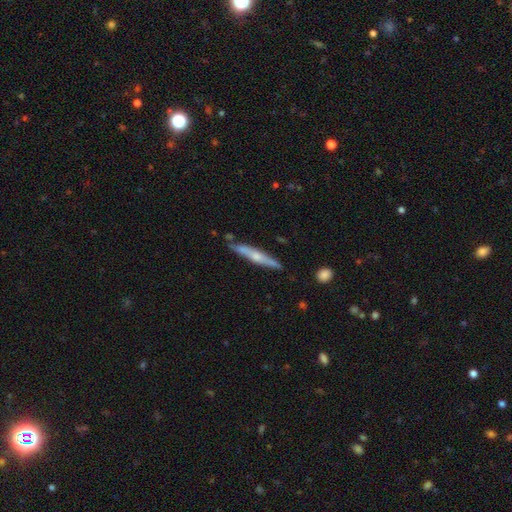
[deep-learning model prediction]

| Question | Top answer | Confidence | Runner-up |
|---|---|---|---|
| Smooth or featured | featured or disk | 61% | smooth (33%) |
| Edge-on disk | yes | 94% | no (6%) |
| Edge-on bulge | rounded | 74% | none (19%) |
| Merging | none | 82% | minor disturbance (13%) |